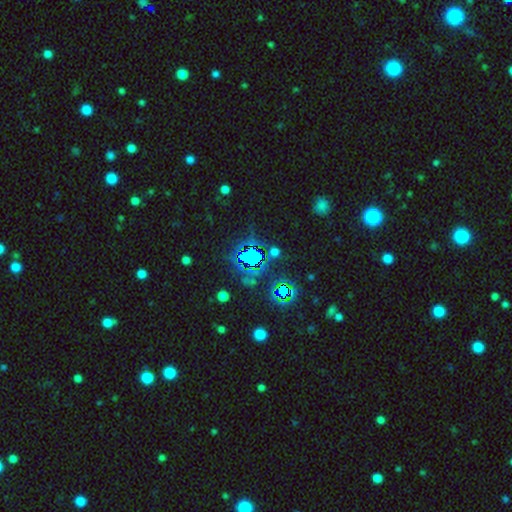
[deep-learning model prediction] This appears to be a star or artifact, not a galaxy (77%).